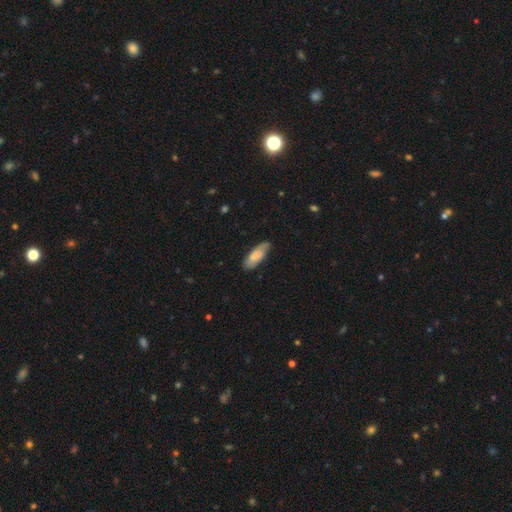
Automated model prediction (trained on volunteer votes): This appears to be a smooth galaxy with no disk features (73%) that is in between round and cigar-shaped (68%). Merging: none (79%).